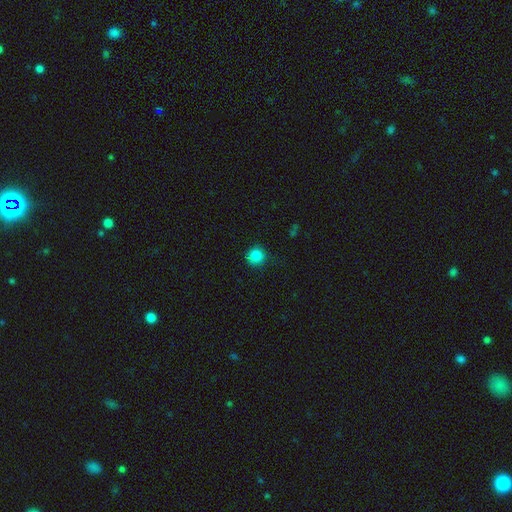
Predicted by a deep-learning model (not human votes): Q: Smooth or featured?
A: smooth (86%); runner-up: star or artifact (10%)
Q: How rounded?
A: round (88%); runner-up: in between (11%)
Q: Merging?
A: none (82%); runner-up: minor disturbance (13%)